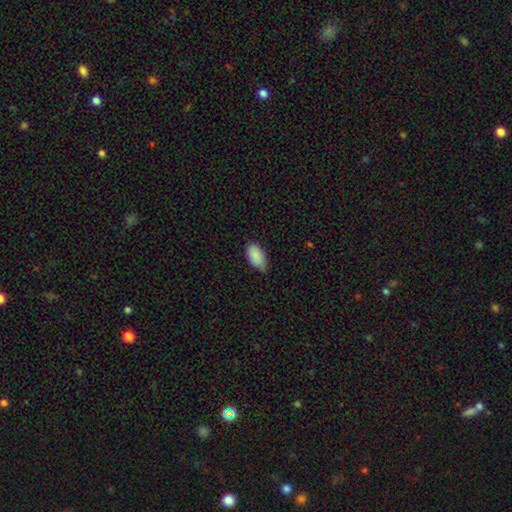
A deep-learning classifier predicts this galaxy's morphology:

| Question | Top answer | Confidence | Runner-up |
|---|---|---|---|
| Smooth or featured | smooth | 88% | star or artifact (7%) |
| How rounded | in between | 94% | round (3%) |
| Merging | none | 57% | minor disturbance (37%) |